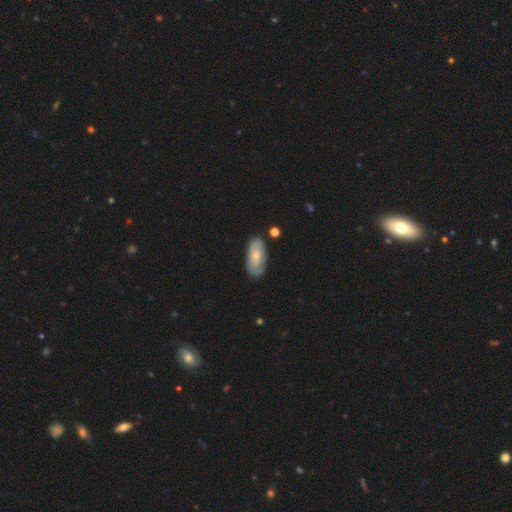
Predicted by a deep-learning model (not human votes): smooth_or_featured: smooth (p=0.56) [alt: featured or disk p=0.38]
how_rounded: in between (p=0.90) [alt: cigar-shaped p=0.08]
merging: none (p=0.78) [alt: minor disturbance p=0.16]